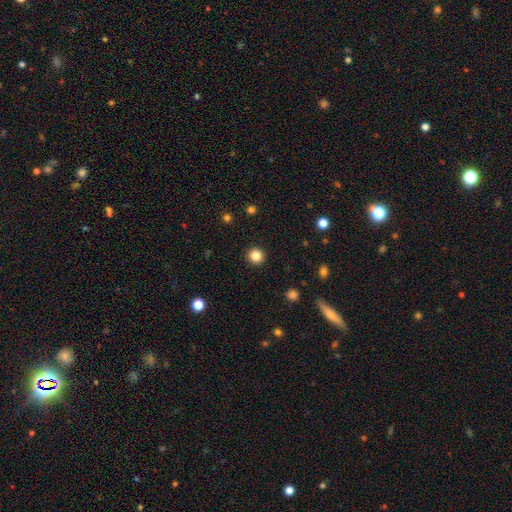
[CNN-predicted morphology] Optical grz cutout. It shows a smooth galaxy with no disk features (85%) that is round (94%). Merging: none (93%).